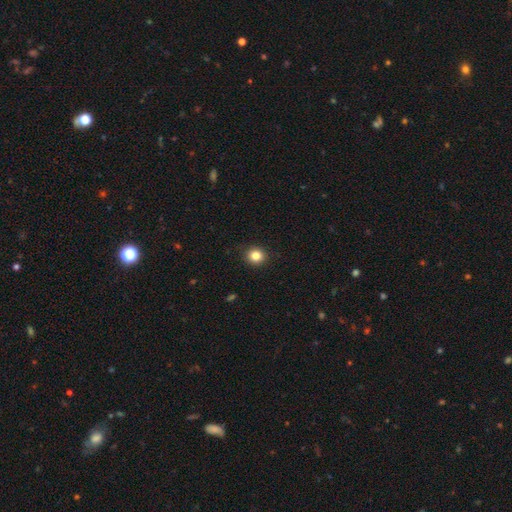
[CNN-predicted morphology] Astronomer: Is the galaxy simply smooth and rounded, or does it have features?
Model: smooth — 83%.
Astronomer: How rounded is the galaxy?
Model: round — 89%.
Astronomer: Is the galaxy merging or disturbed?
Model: none — 91%.